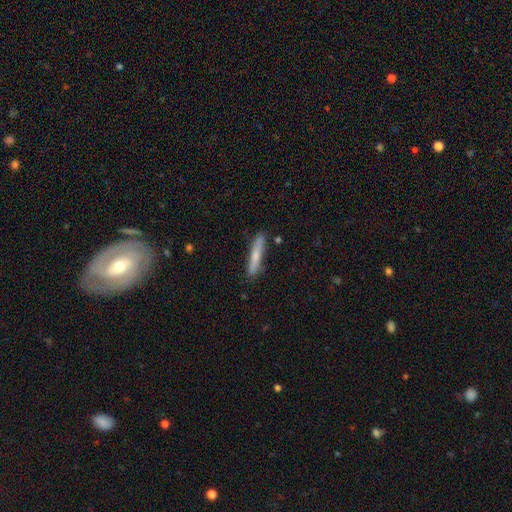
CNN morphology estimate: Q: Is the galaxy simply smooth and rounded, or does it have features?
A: smooth — 65%.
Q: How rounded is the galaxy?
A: cigar-shaped — 93%.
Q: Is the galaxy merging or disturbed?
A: none — 86%.